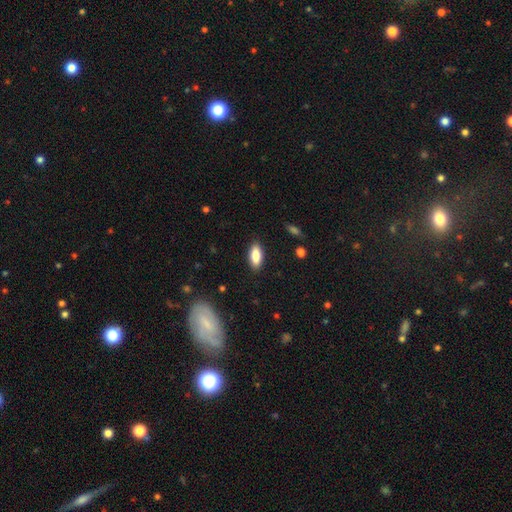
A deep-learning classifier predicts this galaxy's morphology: type=smooth (85%); roundness=in between (83%); merging=none (87%).